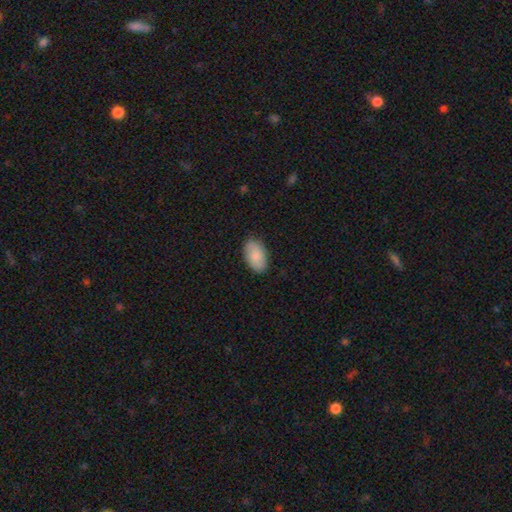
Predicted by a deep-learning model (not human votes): Smooth or featured?
  - smooth: 84% *
  - featured or disk: 10%
  - star or artifact: 6%
How rounded?
  - in between: 94% *
  - round: 4%
  - cigar-shaped: 2%
Merging?
  - none: 86% *
  - minor disturbance: 11%
  - major disturbance: 2%
  - merger: 1%